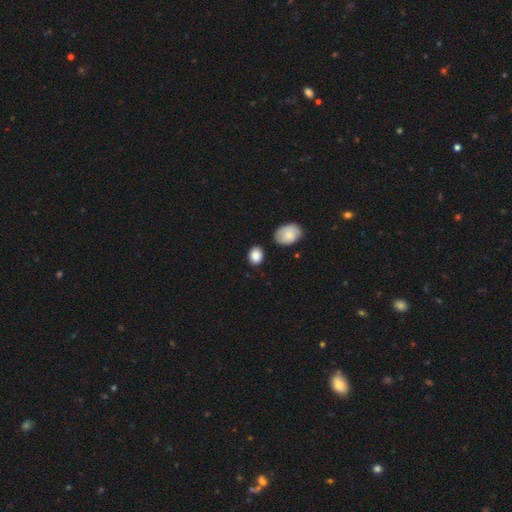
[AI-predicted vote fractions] Smooth or featured?
  - smooth: 88% *
  - star or artifact: 7%
  - featured or disk: 5%
How rounded?
  - in between: 60% *
  - round: 38%
  - cigar-shaped: 1%
Merging?
  - none: 76% *
  - minor disturbance: 16%
  - merger: 4%
  - major disturbance: 3%